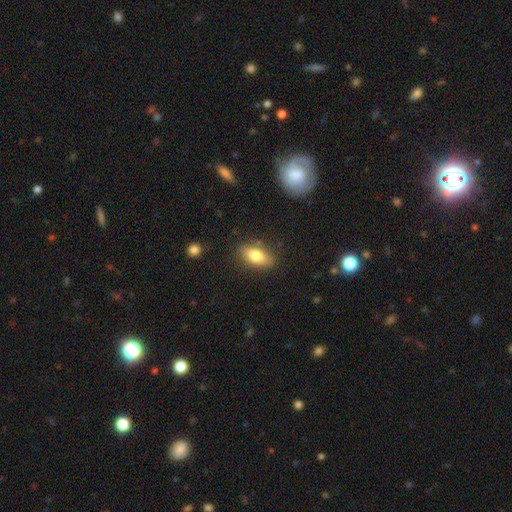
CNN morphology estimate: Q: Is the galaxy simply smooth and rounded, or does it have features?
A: smooth — 77%.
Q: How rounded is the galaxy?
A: in between — 85%.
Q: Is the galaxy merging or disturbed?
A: none — 83%.